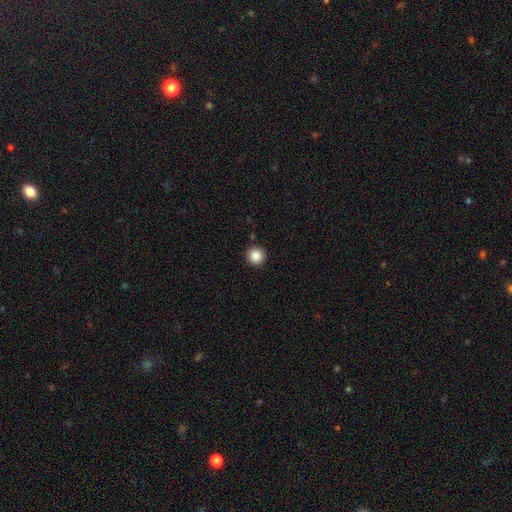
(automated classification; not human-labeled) The model was most divided on "smooth or featured": smooth: 87%, star or artifact: 10%, featured or disk: 3%. More confident: how rounded — round (96%); merging — none (92%).